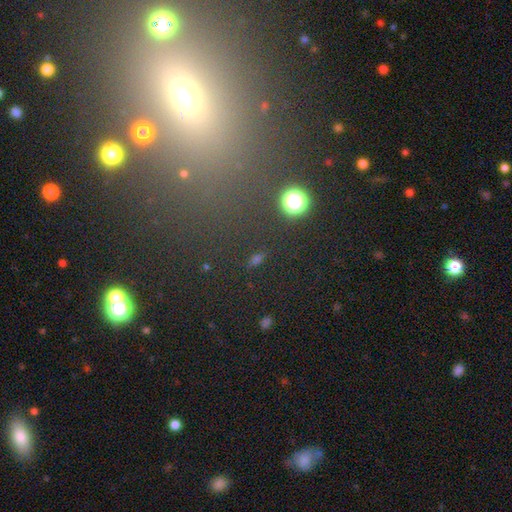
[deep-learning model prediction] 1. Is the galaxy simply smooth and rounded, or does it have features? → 51% star or artifact, 37% smooth, 12% featured or disk.